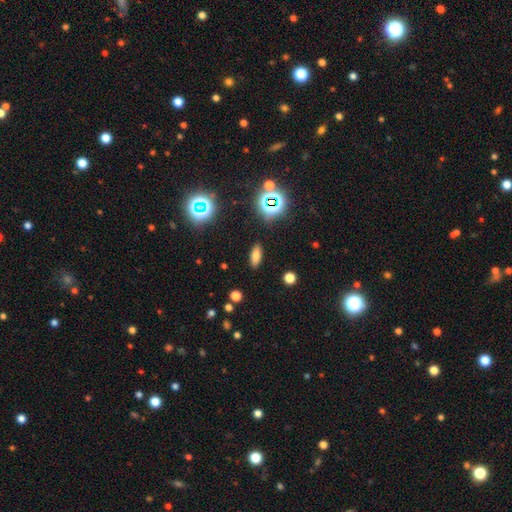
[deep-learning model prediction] This appears to be a smooth galaxy with no disk features (71%) that is in between round and cigar-shaped (77%). Merging: none (89%).